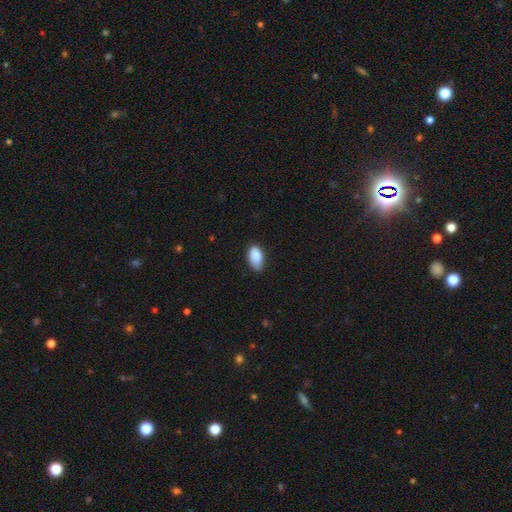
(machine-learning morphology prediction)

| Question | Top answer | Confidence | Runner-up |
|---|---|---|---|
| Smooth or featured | smooth | 88% | star or artifact (7%) |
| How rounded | in between | 94% | round (4%) |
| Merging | none | 65% | minor disturbance (29%) |